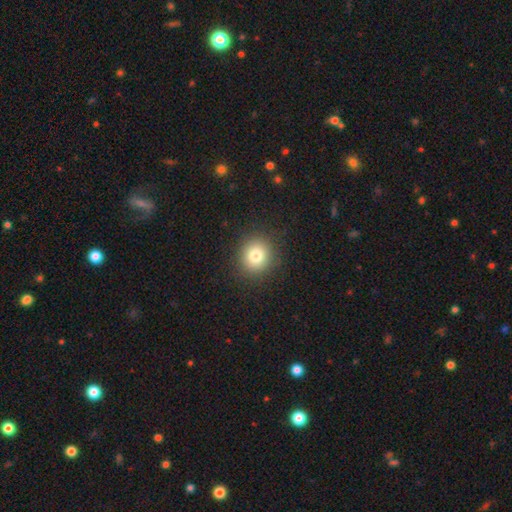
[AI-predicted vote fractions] Overall: smooth (80%). How rounded: round (87%). Merging: none (89%).